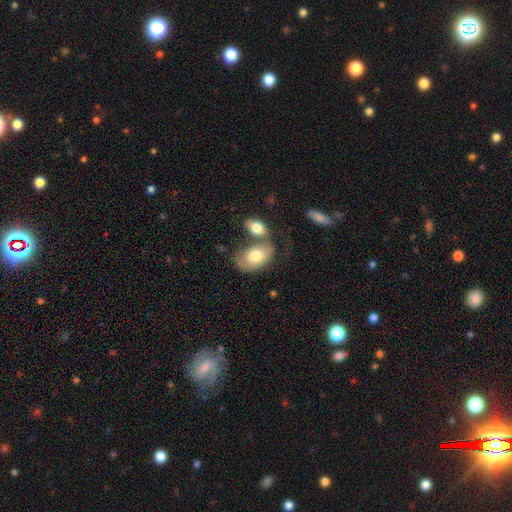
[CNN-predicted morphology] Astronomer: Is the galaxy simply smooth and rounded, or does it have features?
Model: smooth — 71%.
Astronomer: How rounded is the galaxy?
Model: in between — 91%.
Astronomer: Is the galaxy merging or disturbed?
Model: merger — 43% (runner-up: none, 31%).